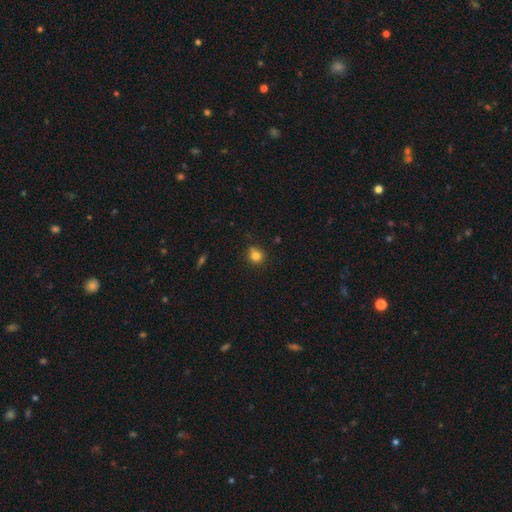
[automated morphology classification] type=smooth (80%); roundness=round (84%); merging=none (70%).